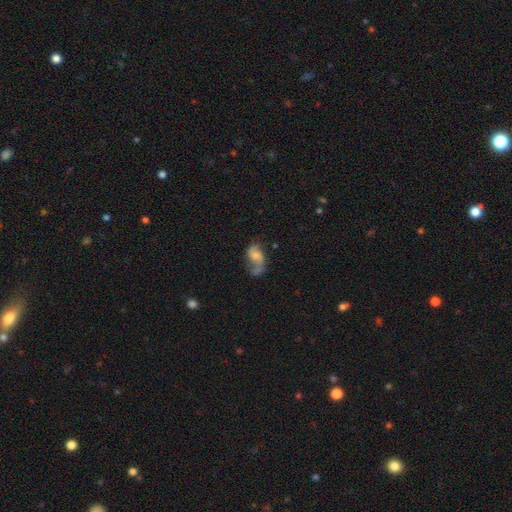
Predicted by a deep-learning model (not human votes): A featured or disk galaxy (56%) with no bar (60%), spiral arms (82%) and a small central bulge (40%).

Vote fractions:
- Smooth or featured? featured or disk: 56% / smooth: 35% / star or artifact: 9%
- Edge-on disk? no: 97% / yes: 3%
- Bar? no: 60% / weak: 33% / strong: 7%
- Spiral arms? yes: 82% / no: 18%
- Bulge size? small: 40% / moderate: 36% / none: 15% / large: 8% / dominant: 2%
- Merging? none: 36% / minor disturbance: 23% / major disturbance: 21% / merger: 20%